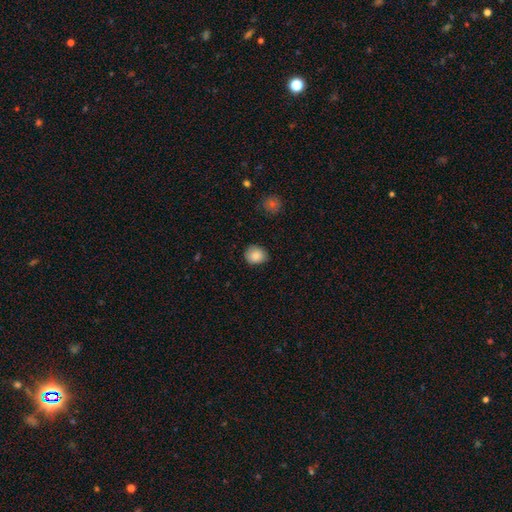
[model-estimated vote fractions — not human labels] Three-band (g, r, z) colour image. It shows a smooth galaxy with no disk features (87%) that is round (70%). Merging: none (80%).